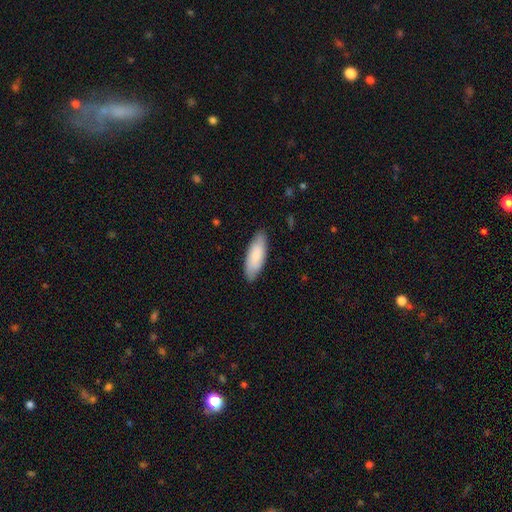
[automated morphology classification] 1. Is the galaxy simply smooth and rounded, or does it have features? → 80% smooth, 14% featured or disk, 5% star or artifact.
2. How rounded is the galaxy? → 67% in between, 31% cigar-shaped, 1% round.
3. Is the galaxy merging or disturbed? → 86% none, 11% minor disturbance, 2% major disturbance, 1% merger.